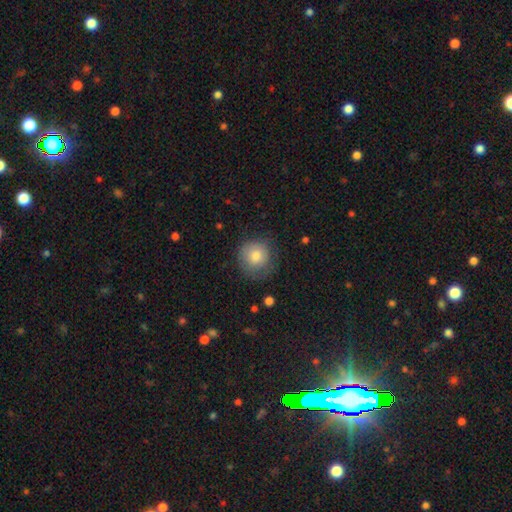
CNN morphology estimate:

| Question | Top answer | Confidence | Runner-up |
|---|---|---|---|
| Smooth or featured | smooth | 78% | featured or disk (13%) |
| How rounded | round | 91% | in between (8%) |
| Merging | none | 71% | minor disturbance (21%) |